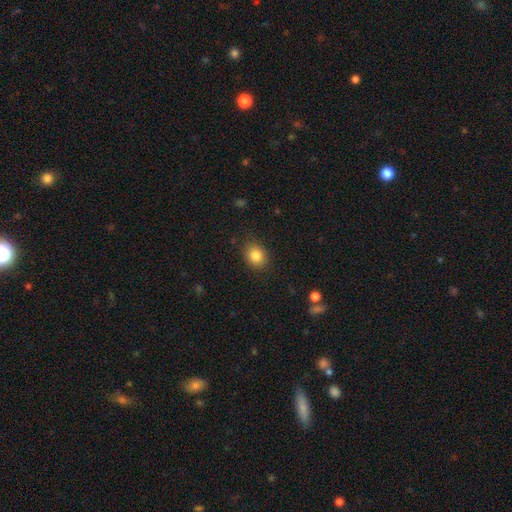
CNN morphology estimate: smooth_or_featured: smooth (p=0.84) [alt: star or artifact p=0.10]
how_rounded: round (p=0.56) [alt: in between p=0.43]
merging: none (p=0.85) [alt: minor disturbance p=0.11]